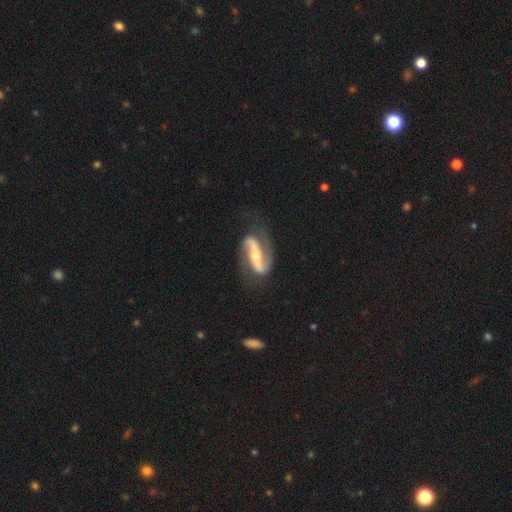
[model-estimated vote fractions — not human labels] Overall: featured or disk (90%). Edge-on disk: no (94%). Bar: strong (61%). Spiral arms: yes (97%). Spiral arm count: 2 (93%). Spiral winding: loose (45%; medium 40%). Bulge size: moderate (58%; small 33%). Merging: none (74%).